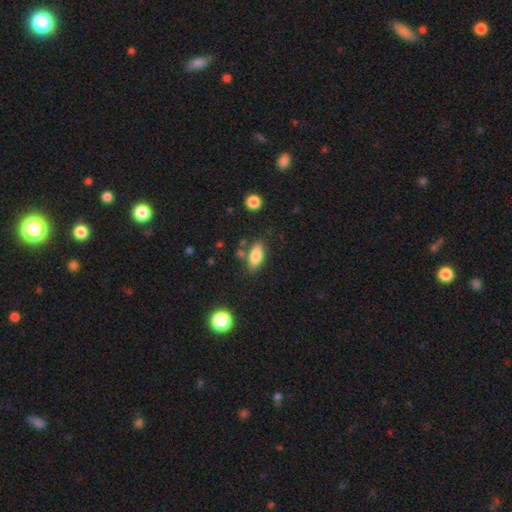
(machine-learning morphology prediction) smooth_or_featured: smooth (p=0.79) [alt: featured or disk p=0.13]
how_rounded: in between (p=0.80) [alt: cigar-shaped p=0.17]
merging: none (p=0.74) [alt: minor disturbance p=0.15]